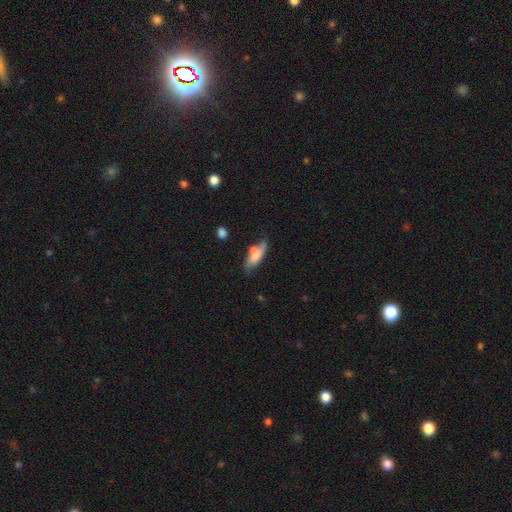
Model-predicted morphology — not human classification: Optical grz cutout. It shows a smooth galaxy with no disk features (66%) that is in between round and cigar-shaped (63%). Merging: none (53%).